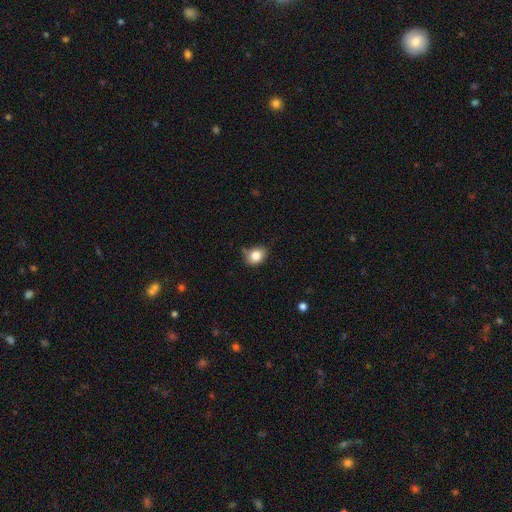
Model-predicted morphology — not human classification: Overall: smooth (83%). How rounded: in between (52%; round 47%). Merging: none (68%).